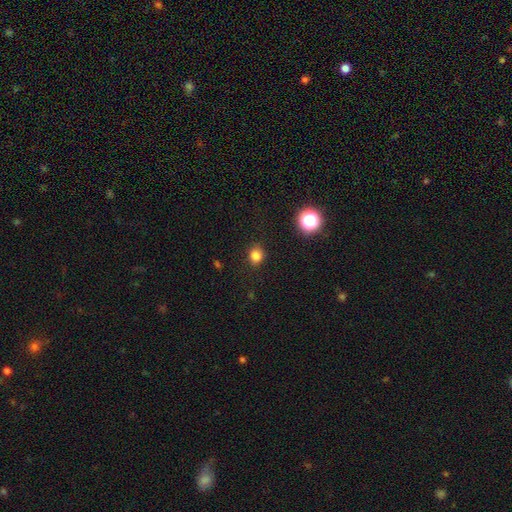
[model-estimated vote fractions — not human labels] Smooth or featured? smooth (82%)
How rounded? round (69%)
Merging? none (83%)